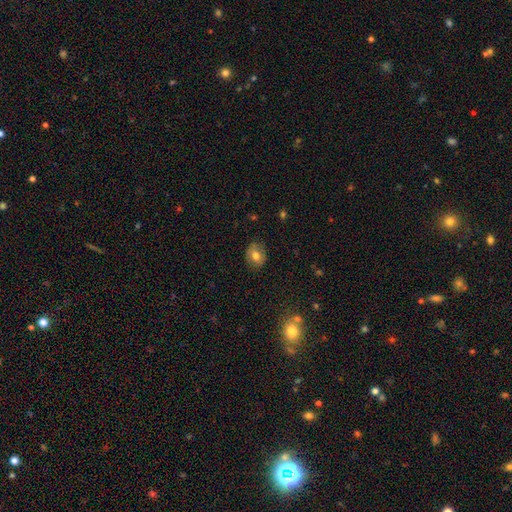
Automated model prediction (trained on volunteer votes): This is likely a smooth galaxy (70%). How rounded: possibly in between (52%). Merging: clearly none (81%).